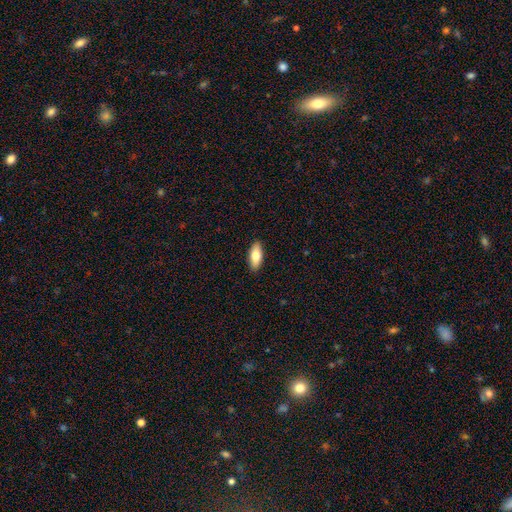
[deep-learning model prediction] Smooth or featured? smooth (76%)
How rounded? in between (80%)
Merging? none (90%)